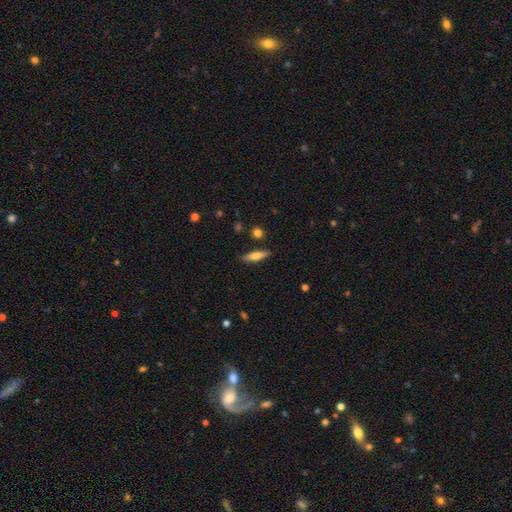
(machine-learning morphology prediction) smooth_or_featured: smooth (p=0.60) [alt: featured or disk p=0.33]
how_rounded: cigar-shaped (p=0.73) [alt: in between p=0.25]
merging: none (p=0.86) [alt: minor disturbance p=0.09]